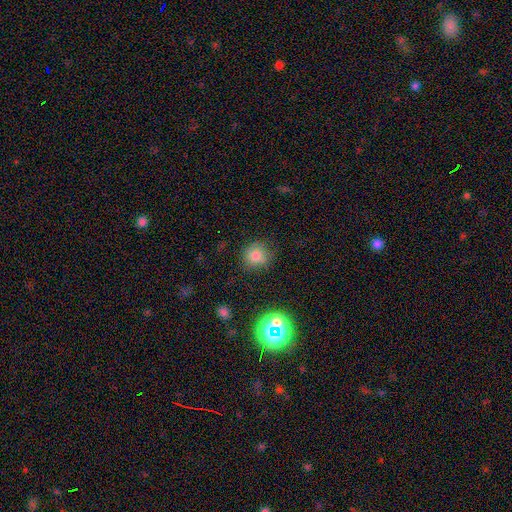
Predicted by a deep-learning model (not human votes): Smooth or featured? smooth (77%)
How rounded? round (88%)
Merging? none (82%)